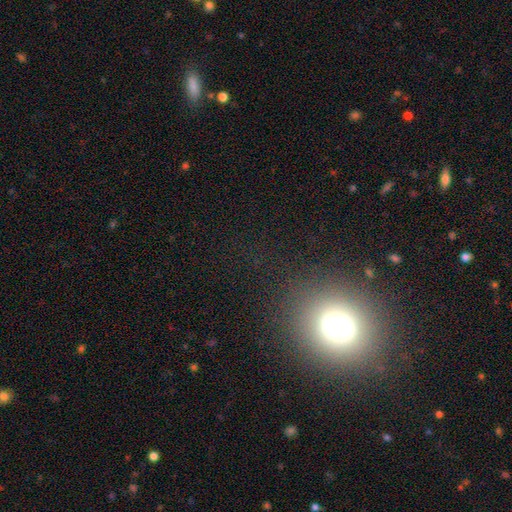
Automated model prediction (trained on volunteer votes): smooth_or_featured: smooth (p=0.59) [alt: star or artifact p=0.31]
how_rounded: round (p=0.61) [alt: in between p=0.36]
merging: none (p=0.86) [alt: minor disturbance p=0.08]